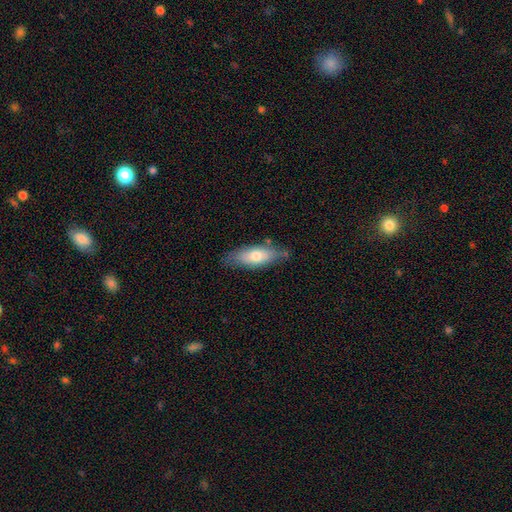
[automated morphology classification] Smooth or featured? Predicted: smooth (p=0.69). How rounded? Predicted: in between (p=0.71). Merging? Predicted: none (p=0.72).